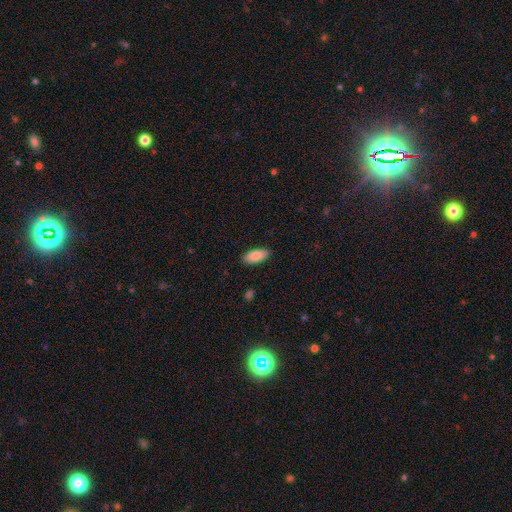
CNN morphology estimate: Smooth or featured? Predicted: smooth (p=0.87). How rounded? Predicted: in between (p=0.88). Merging? Predicted: none (p=0.89).